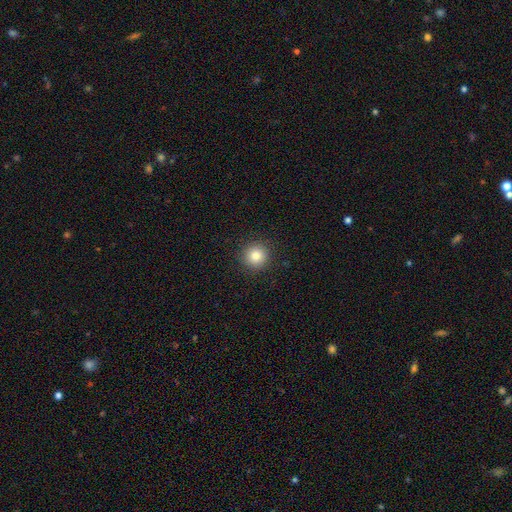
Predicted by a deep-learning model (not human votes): Smooth or featured? smooth (83%)
How rounded? round (94%)
Merging? none (91%)